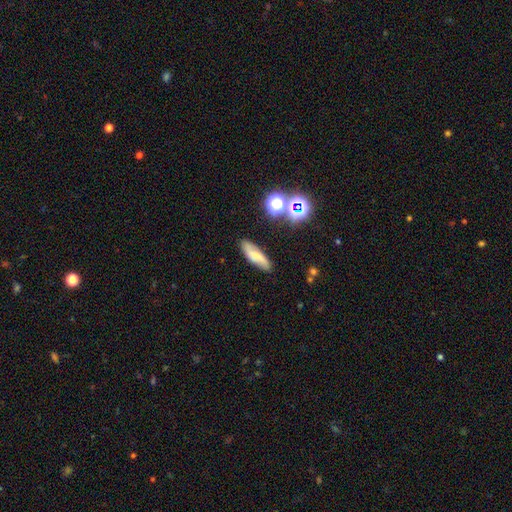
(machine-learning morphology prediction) Smooth or featured? Predicted: smooth (p=0.54). How rounded? Predicted: cigar-shaped (p=0.49). Merging? Predicted: none (p=0.81).